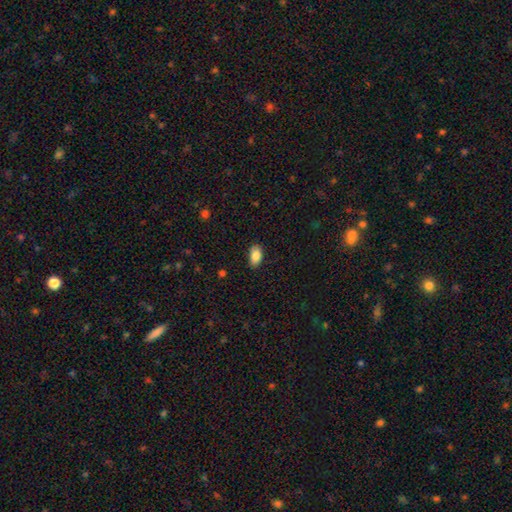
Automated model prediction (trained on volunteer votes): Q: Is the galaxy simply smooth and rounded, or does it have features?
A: smooth — 85%.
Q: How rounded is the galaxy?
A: in between — 91%.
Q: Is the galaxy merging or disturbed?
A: none — 83%.